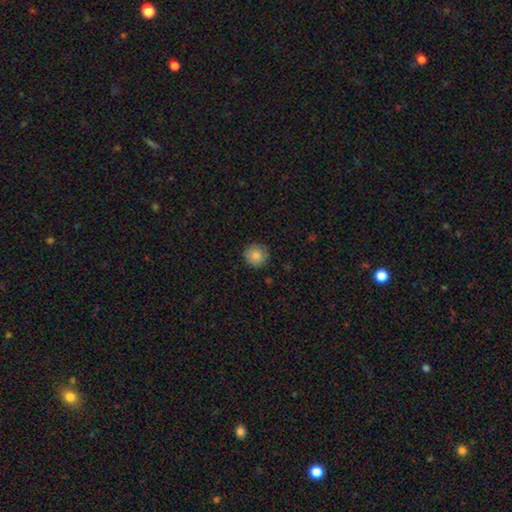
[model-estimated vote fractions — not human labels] A smooth galaxy with no disk features (85%) that is round (95%).

Vote fractions:
- Smooth or featured? smooth: 85% / star or artifact: 8% / featured or disk: 7%
- How rounded? round: 95% / in between: 4% / cigar-shaped: 1%
- Merging? none: 88% / minor disturbance: 9% / major disturbance: 2% / merger: 1%